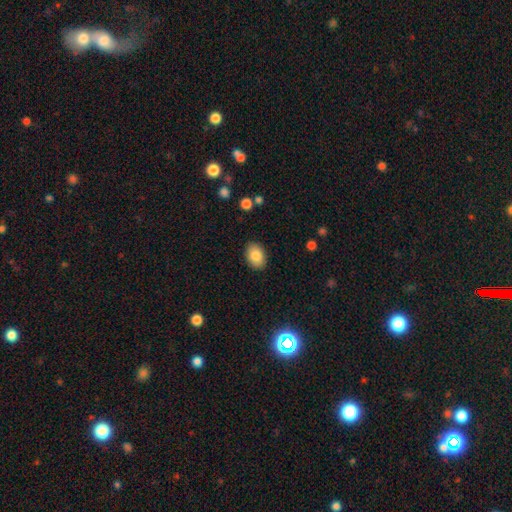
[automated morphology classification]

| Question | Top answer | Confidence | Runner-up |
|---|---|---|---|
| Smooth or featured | smooth | 85% | star or artifact (8%) |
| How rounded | in between | 80% | round (19%) |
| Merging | none | 88% | minor disturbance (9%) |